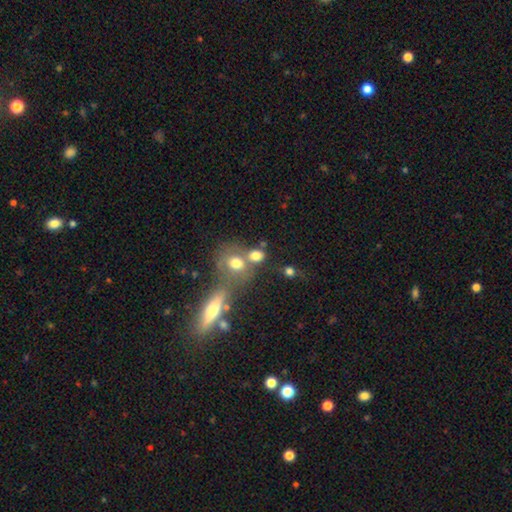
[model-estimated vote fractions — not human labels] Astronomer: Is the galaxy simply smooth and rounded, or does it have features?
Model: smooth — 72%.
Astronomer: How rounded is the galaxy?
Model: round — 57% (runner-up: in between, 40%).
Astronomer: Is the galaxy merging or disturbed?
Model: none — 42% (runner-up: merger, 39%).